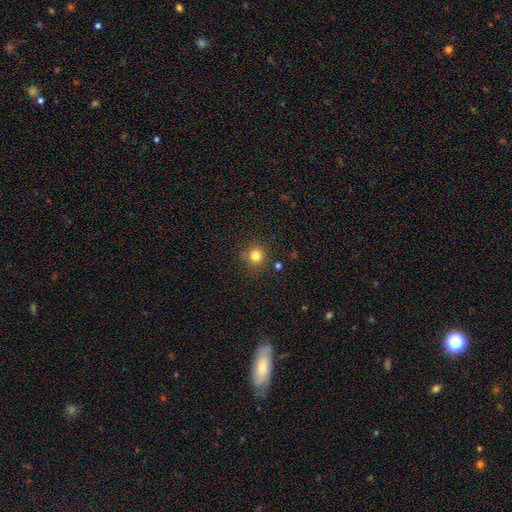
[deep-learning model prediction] Q: Smooth or featured?
A: smooth (81%); runner-up: star or artifact (14%)
Q: How rounded?
A: round (90%); runner-up: in between (9%)
Q: Merging?
A: none (81%); runner-up: minor disturbance (11%)